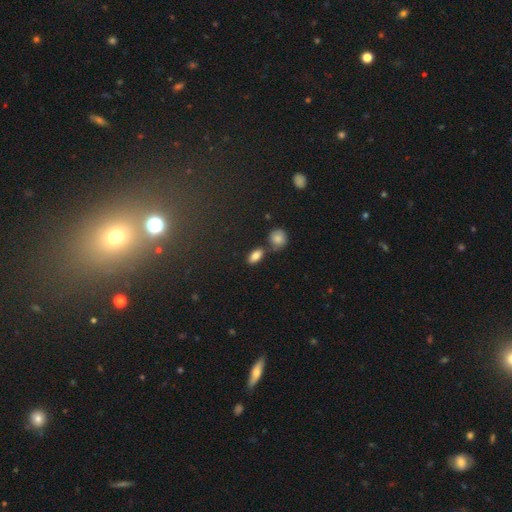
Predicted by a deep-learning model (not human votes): smooth_or_featured: smooth (p=0.82) [alt: featured or disk p=0.09]
how_rounded: in between (p=0.85) [alt: cigar-shaped p=0.08]
merging: none (p=0.70) [alt: merger p=0.15]